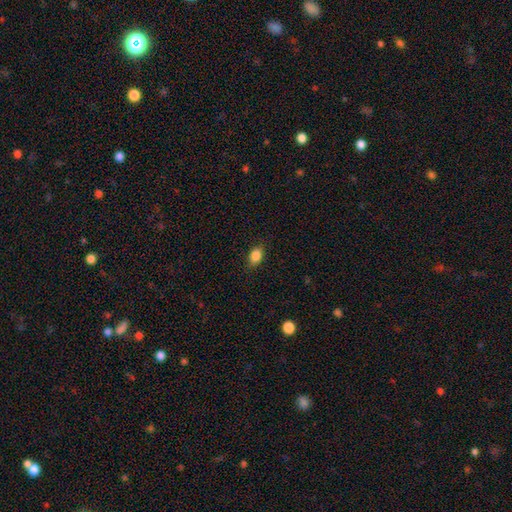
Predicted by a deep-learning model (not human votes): Q: Smooth or featured?
A: smooth (86%); runner-up: star or artifact (9%)
Q: How rounded?
A: in between (78%); runner-up: round (20%)
Q: Merging?
A: none (85%); runner-up: minor disturbance (11%)